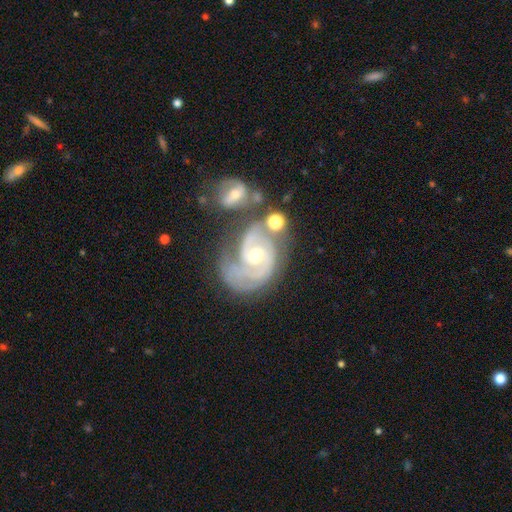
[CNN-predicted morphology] A featured or disk galaxy (90%) with no bar (60%), 2 (64%) tight (55%) spiral arms (97%) and a moderate central bulge (63%).

Vote fractions:
- Smooth or featured? featured or disk: 90% / smooth: 5% / star or artifact: 5%
- Edge-on disk? no: 97% / yes: 3%
- Bar? no: 60% / weak: 30% / strong: 10%
- Spiral arms? yes: 97% / no: 3%
- Spiral winding? tight: 55% / medium: 37% / loose: 8%
- Spiral arm count? 2: 64% / 3: 13% / can't tell: 12% / 1: 6% / 4: 3% / more than 4: 2%
- Bulge size? moderate: 63% / small: 32% / large: 3% / none: 1% / dominant: 1%
- Merging? none: 39% / merger: 26% / minor disturbance: 20% / major disturbance: 15%